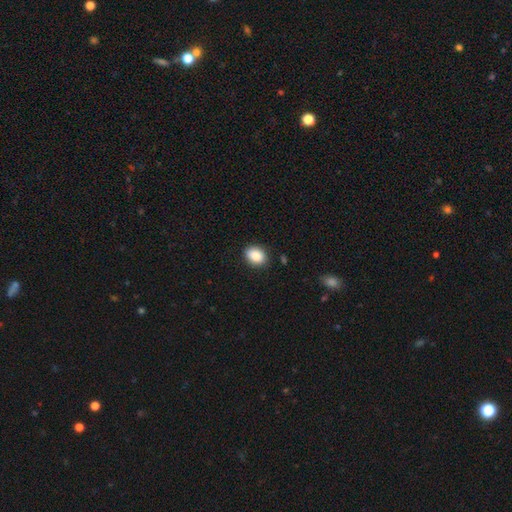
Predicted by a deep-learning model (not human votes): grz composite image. It shows a smooth galaxy with no disk features (88%) that is in between round and cigar-shaped (68%). Merging: none (86%).